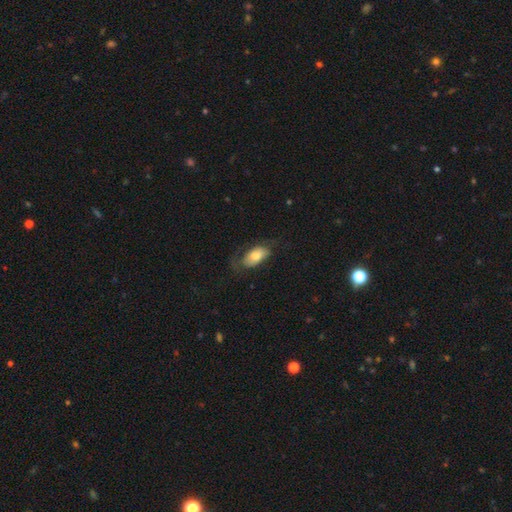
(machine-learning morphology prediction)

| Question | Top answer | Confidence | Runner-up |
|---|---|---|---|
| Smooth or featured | smooth | 68% | featured or disk (25%) |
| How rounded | in between | 91% | cigar-shaped (5%) |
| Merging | none | 51% | minor disturbance (25%) |